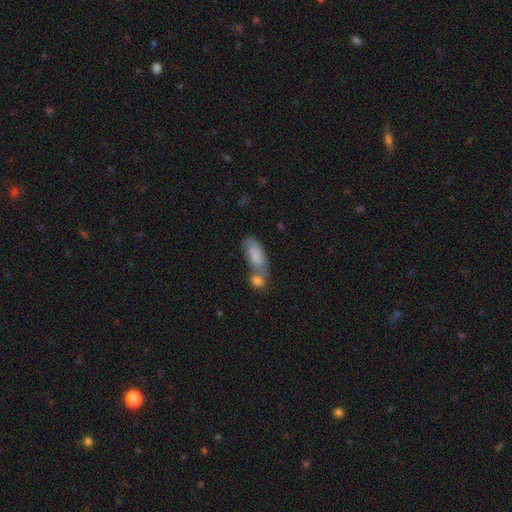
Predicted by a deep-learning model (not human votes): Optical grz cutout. It shows a smooth galaxy with no disk features (79%) that is in between round and cigar-shaped (84%). Merging: merger (51%).